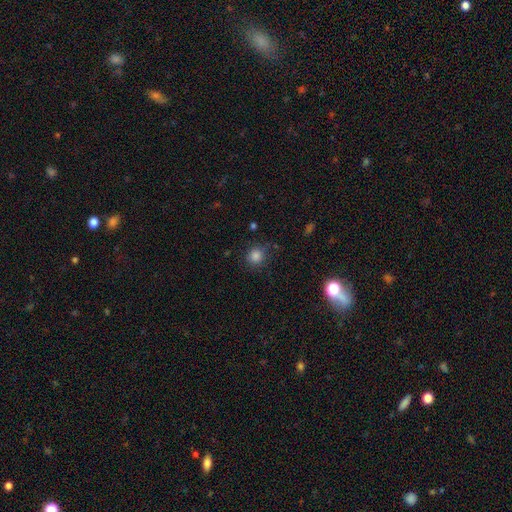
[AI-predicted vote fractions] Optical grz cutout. It shows a smooth galaxy with no disk features (84%) that is round (89%). Merging: none (83%).